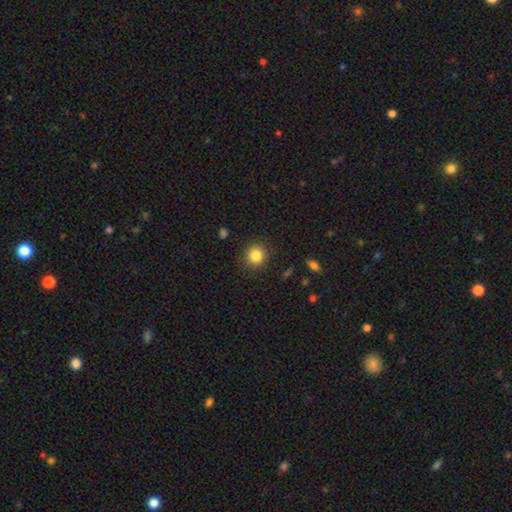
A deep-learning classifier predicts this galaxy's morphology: Smooth or featured: smooth — 84% (star or artifact — 10%)
How rounded: round — 89% (in between — 10%)
Merging: none — 89% (minor disturbance — 7%)